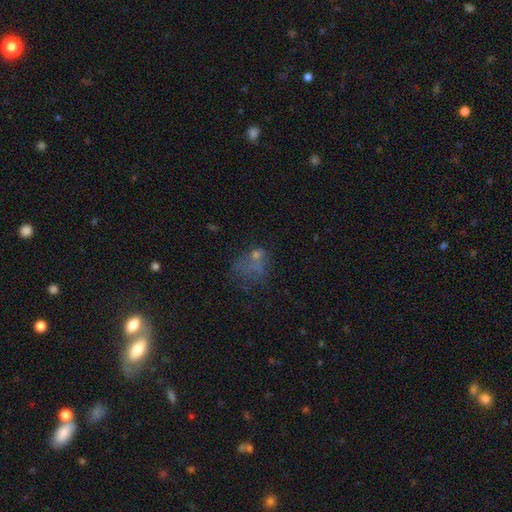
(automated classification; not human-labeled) Smooth or featured? Predicted: smooth (p=0.45). Merging? Predicted: none (p=0.56).